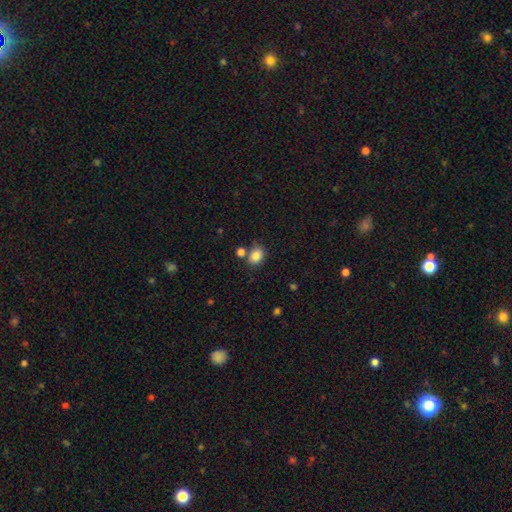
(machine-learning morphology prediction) type=smooth (85%); roundness=in between (50%); merging=none (68%).